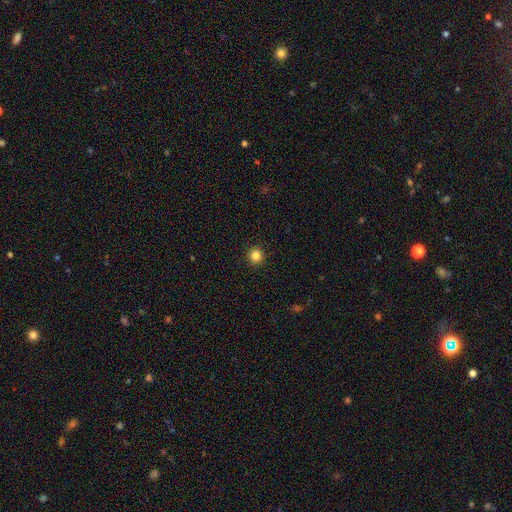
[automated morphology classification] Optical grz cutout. It shows a smooth galaxy with no disk features (84%) that is round (92%). Merging: none (93%).